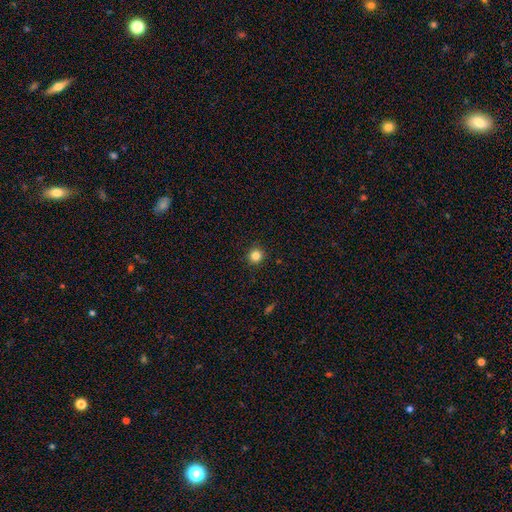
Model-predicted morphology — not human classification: smooth-or-featured: smooth: 83% | star or artifact: 12% | featured or disk: 5%
  how-rounded: round: 94% | in between: 5% | cigar-shaped: 1%
  merging: none: 92% | minor disturbance: 5% | major disturbance: 2% | merger: 1%